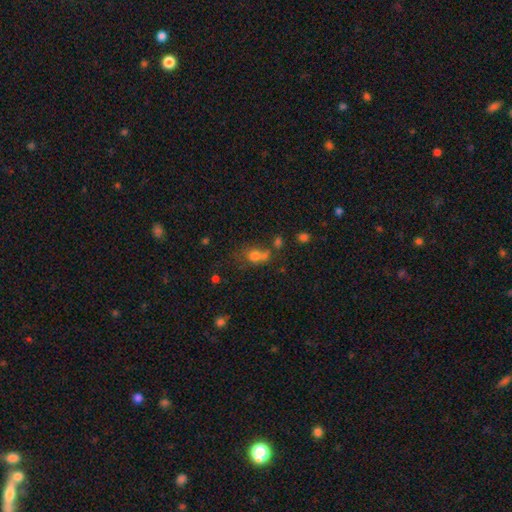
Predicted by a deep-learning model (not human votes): A smooth galaxy with no disk features (69%) that is round (64%). Merging: merger (39%).